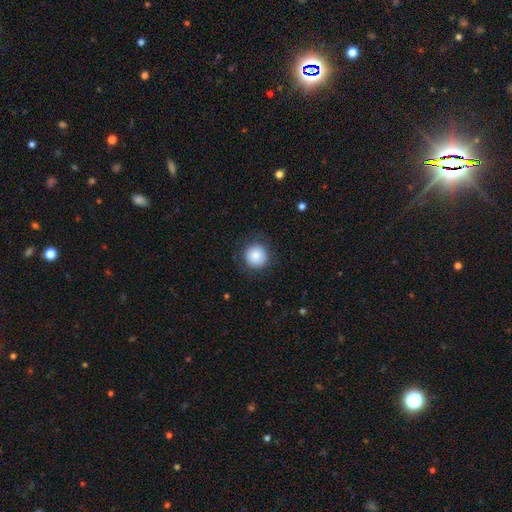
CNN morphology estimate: This appears to be a smooth galaxy with no disk features (85%) that is round (95%). Merging: none (85%).